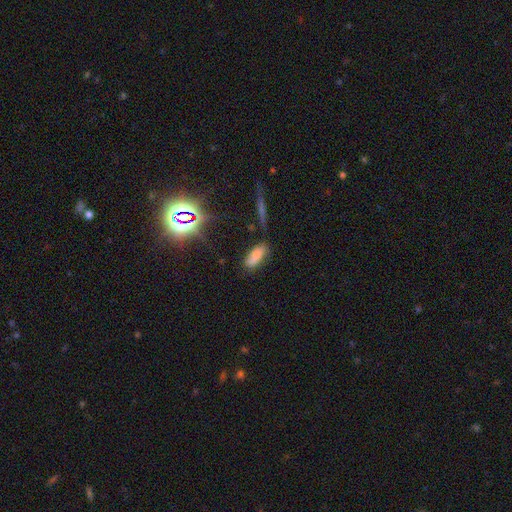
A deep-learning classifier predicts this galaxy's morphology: Q: Smooth or featured?
A: smooth (79%); runner-up: star or artifact (12%)
Q: How rounded?
A: in between (81%); runner-up: cigar-shaped (17%)
Q: Merging?
A: none (76%); runner-up: minor disturbance (16%)